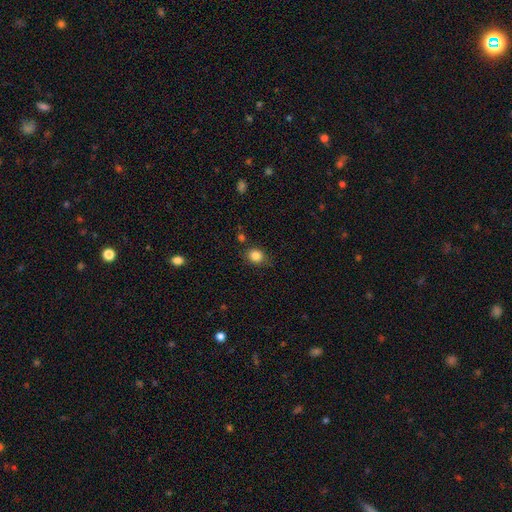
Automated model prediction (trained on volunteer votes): The model was most divided on "how rounded": round: 71%, in between: 28%, cigar-shaped: 1%. More confident: smooth or featured — smooth (84%); merging — none (79%).